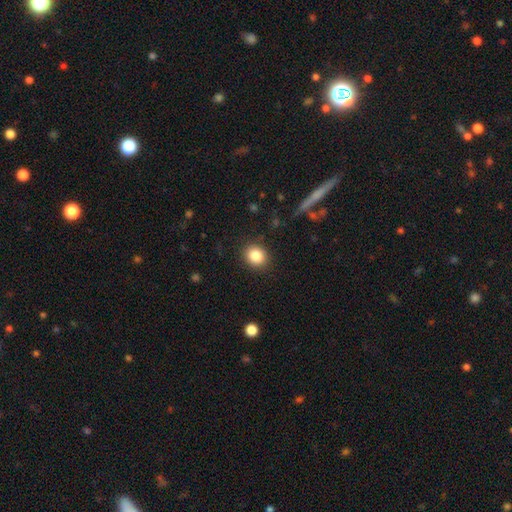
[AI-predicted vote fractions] Q: Smooth or featured?
A: smooth (85%); runner-up: star or artifact (10%)
Q: How rounded?
A: round (76%); runner-up: in between (24%)
Q: Merging?
A: none (89%); runner-up: minor disturbance (7%)